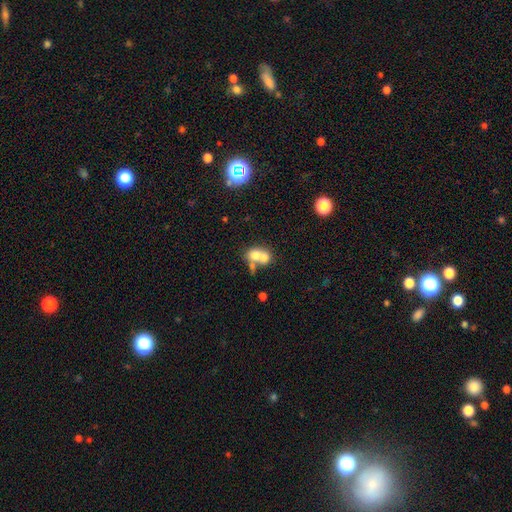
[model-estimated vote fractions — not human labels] A smooth galaxy with no disk features (68%) that is round (55%). Merging: merger (67%).